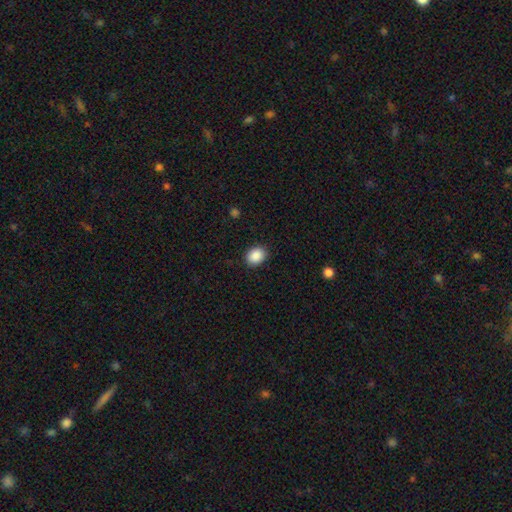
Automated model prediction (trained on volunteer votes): smooth 89%, star or artifact 8%, featured or disk 3%. Down the decision tree: how rounded — in between (50%); merging — none (89%).